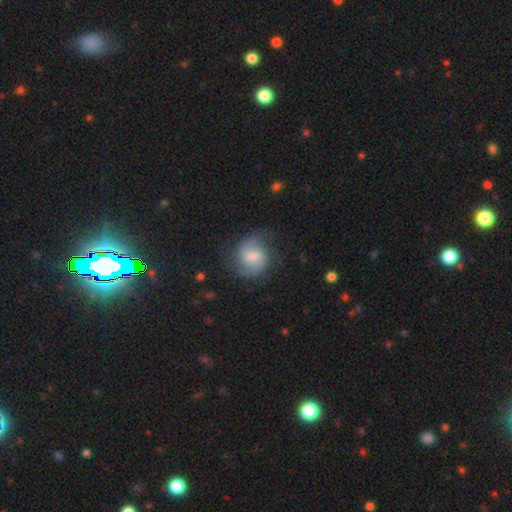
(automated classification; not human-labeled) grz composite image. It shows a featured or disk galaxy (72%) with a weak bar (54%), 2 (83%) medium (50%) spiral arms (94%) and a moderate central bulge (40%). Merging: none (73%).